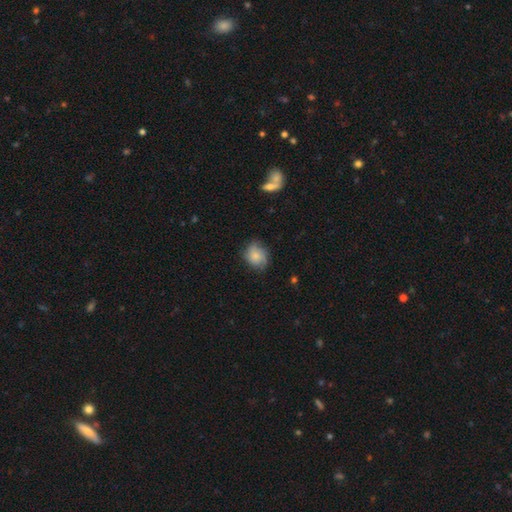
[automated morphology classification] Smooth or featured? smooth (65%)
How rounded? round (56%)
Merging? none (69%)